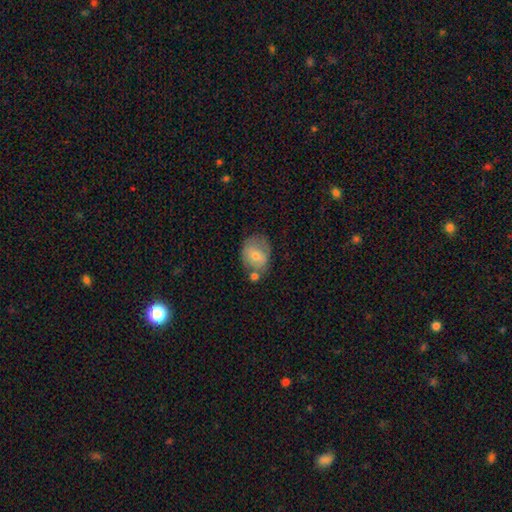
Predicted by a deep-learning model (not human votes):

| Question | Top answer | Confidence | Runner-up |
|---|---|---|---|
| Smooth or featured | smooth | 65% | featured or disk (27%) |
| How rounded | round | 50% | in between (48%) |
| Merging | none | 53% | minor disturbance (24%) |